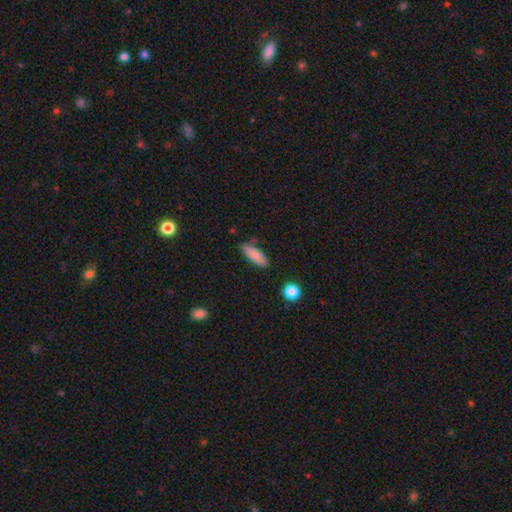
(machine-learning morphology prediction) Overall: smooth (85%). How rounded: in between (60%; cigar-shaped 38%). Merging: none (80%).